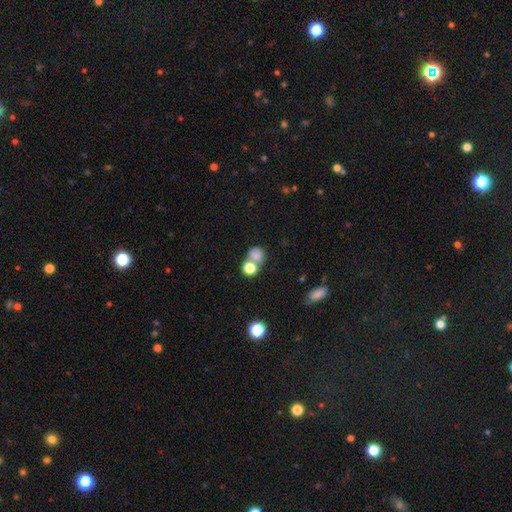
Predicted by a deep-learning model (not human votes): Smooth or featured? Predicted: smooth (p=0.75). How rounded? Predicted: round (p=0.69). Merging? Predicted: merger (p=0.46).